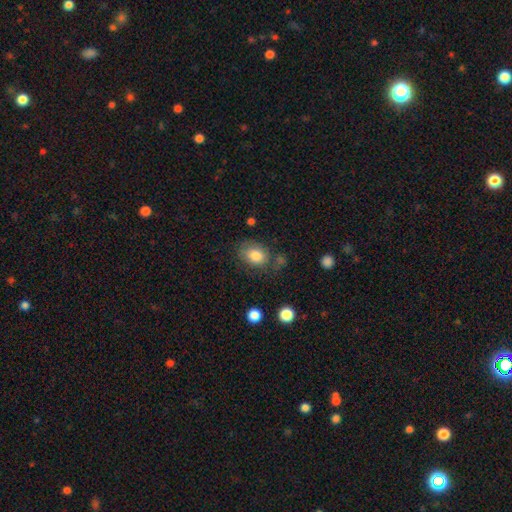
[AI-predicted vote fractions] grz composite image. It shows a smooth galaxy with no disk features (81%) that is in between round and cigar-shaped (62%). Merging: none (64%).